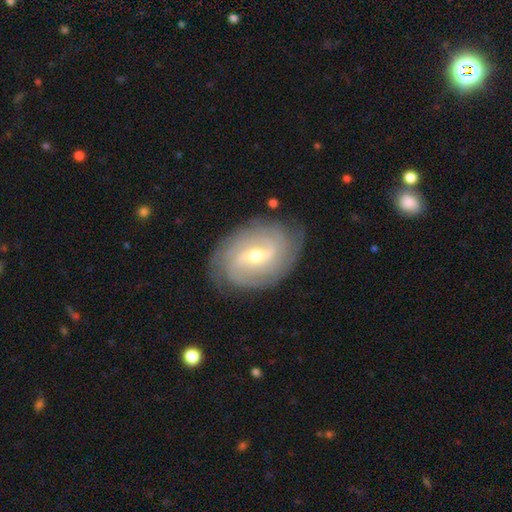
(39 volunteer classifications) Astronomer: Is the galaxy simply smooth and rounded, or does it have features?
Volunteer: featured or disk — 92%.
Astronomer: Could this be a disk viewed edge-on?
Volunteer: no — 97%.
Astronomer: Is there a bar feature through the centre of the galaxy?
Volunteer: weak — 69%.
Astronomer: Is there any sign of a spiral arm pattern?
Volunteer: yes — 94%.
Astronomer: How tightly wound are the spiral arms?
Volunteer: tight — 67%.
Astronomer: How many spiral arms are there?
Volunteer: can't tell — 48% (runner-up: 2, 36%).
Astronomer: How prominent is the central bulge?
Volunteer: small — 57% (runner-up: moderate, 43%).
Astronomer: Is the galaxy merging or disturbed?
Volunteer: none — 84%.